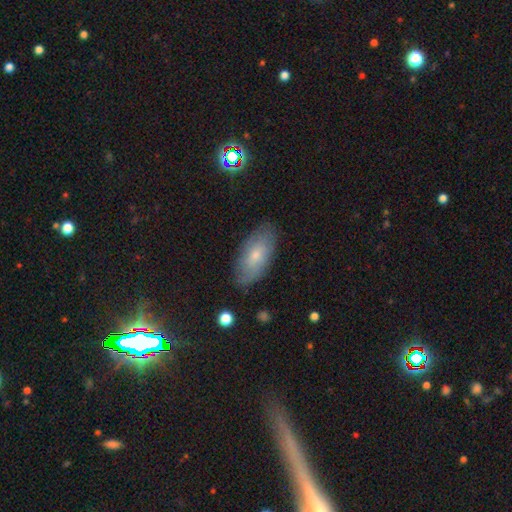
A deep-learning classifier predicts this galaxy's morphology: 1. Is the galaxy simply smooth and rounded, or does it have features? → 59% smooth, 33% featured or disk, 8% star or artifact.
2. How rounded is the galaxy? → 91% in between, 7% cigar-shaped, 3% round.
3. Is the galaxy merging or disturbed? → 80% none, 15% minor disturbance, 3% major disturbance, 1% merger.